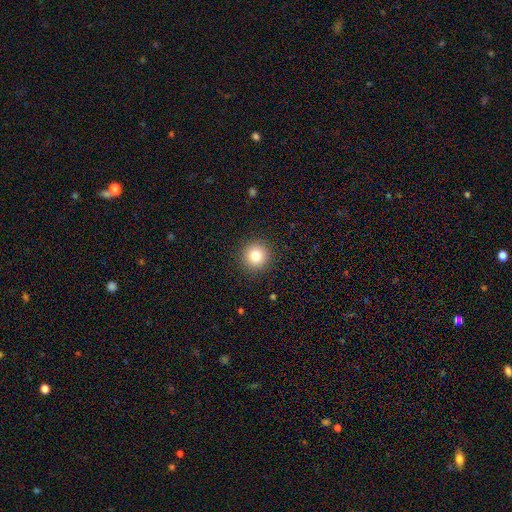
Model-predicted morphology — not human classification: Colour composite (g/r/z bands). It shows a smooth galaxy with no disk features (81%) that is round (95%). Merging: none (92%).